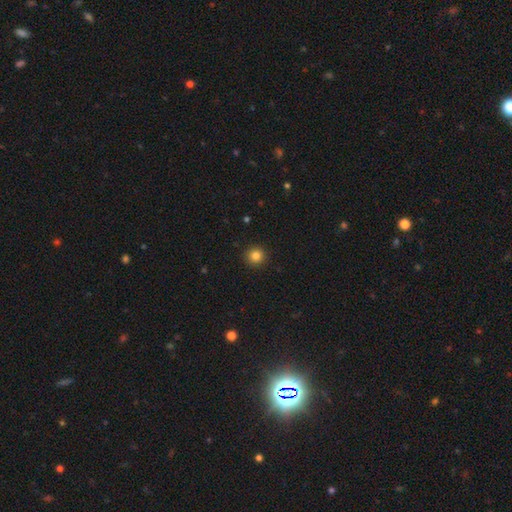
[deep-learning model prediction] The model was most divided on "smooth or featured": smooth: 84%, star or artifact: 12%, featured or disk: 5%. More confident: how rounded — round (94%); merging — none (93%).